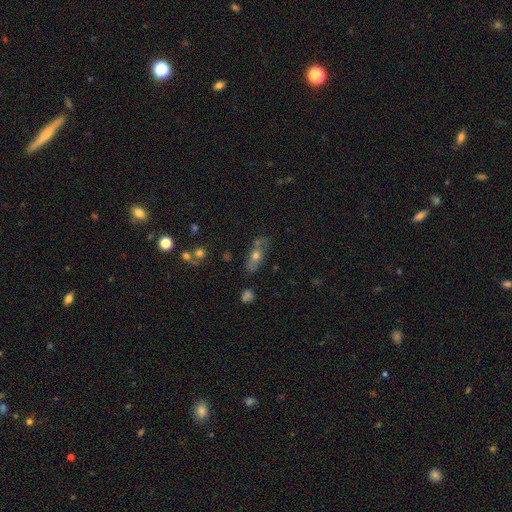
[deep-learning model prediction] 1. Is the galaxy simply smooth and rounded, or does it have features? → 50% smooth, 38% featured or disk, 12% star or artifact.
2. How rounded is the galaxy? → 61% in between, 29% cigar-shaped, 10% round.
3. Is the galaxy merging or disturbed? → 59% none, 22% minor disturbance, 10% merger, 9% major disturbance.